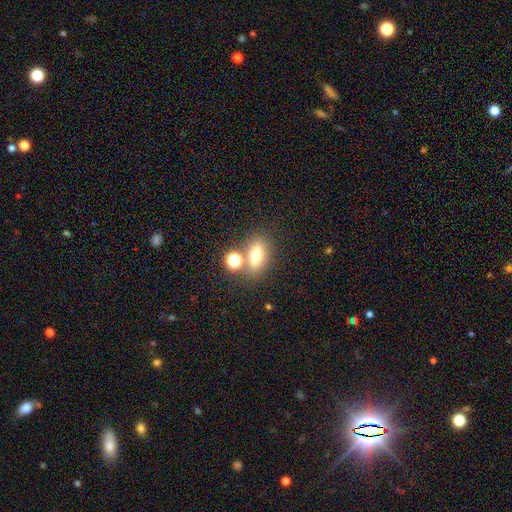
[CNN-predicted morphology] Smooth or featured: smooth — 70% (featured or disk — 16%)
How rounded: in between — 72% (round — 22%)
Merging: none — 66% (merger — 19%)